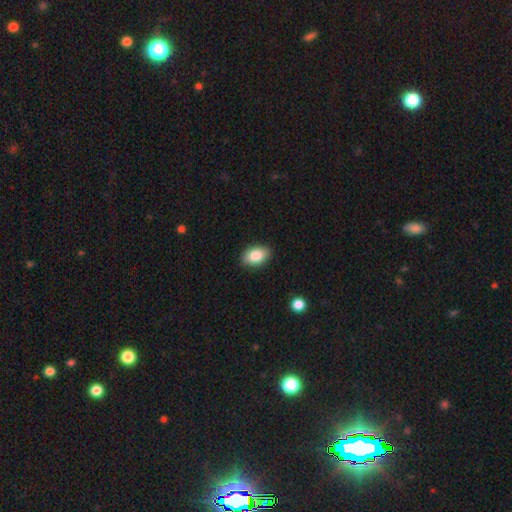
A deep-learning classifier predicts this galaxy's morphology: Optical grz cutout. It shows a smooth galaxy with no disk features (86%) that is in between round and cigar-shaped (89%). Merging: none (88%).